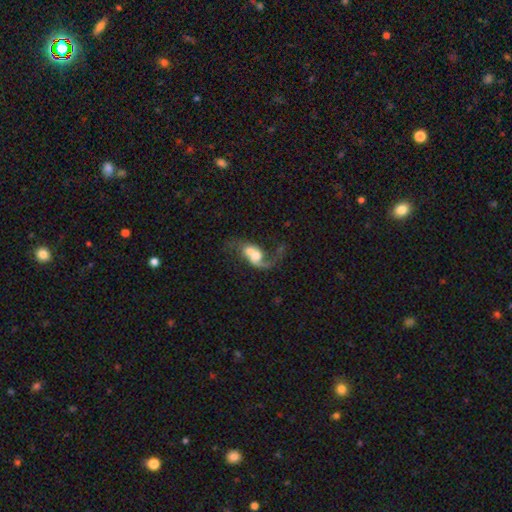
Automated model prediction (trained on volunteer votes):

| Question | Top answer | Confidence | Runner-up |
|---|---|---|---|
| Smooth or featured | featured or disk | 62% | smooth (29%) |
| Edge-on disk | no | 96% | yes (4%) |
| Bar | no | 66% | weak (26%) |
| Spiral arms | yes | 78% | no (22%) |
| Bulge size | moderate | 43% | large (30%) |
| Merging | merger | 57% | major disturbance (18%) |